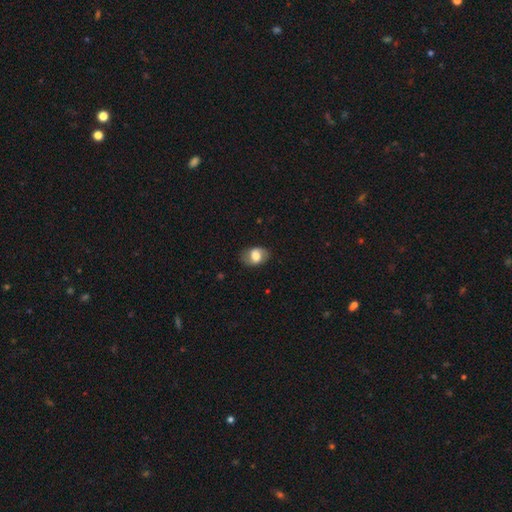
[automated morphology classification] Overall: smooth (61%; featured or disk 31%). How rounded: in between (77%). Merging: none (76%).